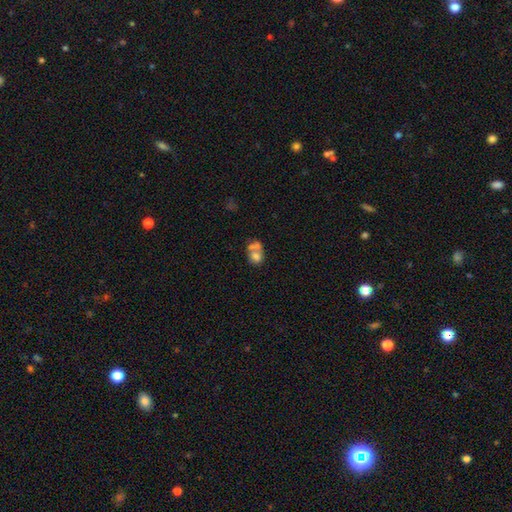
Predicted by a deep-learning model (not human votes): smooth-or-featured: smooth: 59% | featured or disk: 29% | star or artifact: 11%
  how-rounded: in between: 55% | round: 44% | cigar-shaped: 1%
  merging: merger: 61% | none: 22% | minor disturbance: 9% | major disturbance: 8%